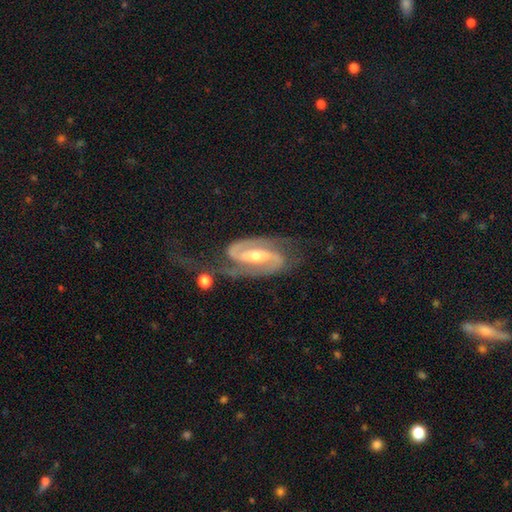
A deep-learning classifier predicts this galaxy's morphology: smooth-or-featured: featured or disk: 91% | smooth: 4% | star or artifact: 4%
  disk-edge-on: no: 96% | yes: 4%
    bar: strong: 49% | weak: 34% | no: 17%
    has-spiral-arms: yes: 98% | no: 2%
      spiral-winding: medium: 51% | tight: 31% | loose: 18%
      spiral-arm-count: 2: 93% | can't tell: 2% | 1: 2% | 3: 1% | 4: 1% | more than 4: 1%
    bulge-size: moderate: 58% | small: 37% | large: 3% | none: 1% | dominant: 1%
  merging: none: 59% | minor disturbance: 20% | major disturbance: 16% | merger: 5%